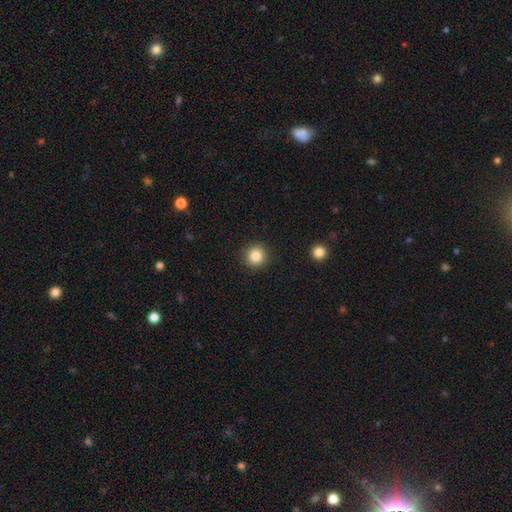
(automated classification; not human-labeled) Smooth or featured? Predicted: smooth (p=0.84). How rounded? Predicted: round (p=0.93). Merging? Predicted: none (p=0.91).